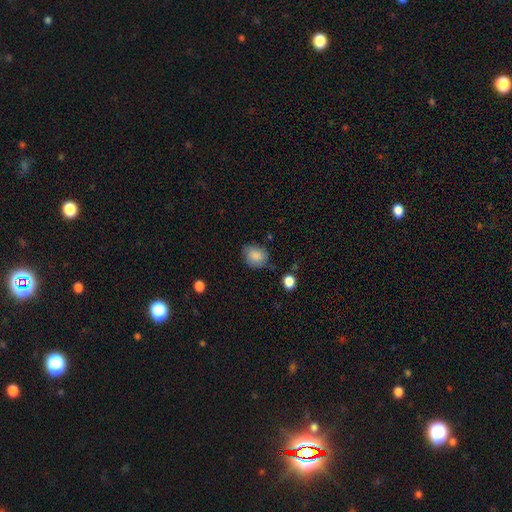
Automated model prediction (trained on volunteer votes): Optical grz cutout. It shows a smooth galaxy with no disk features (84%) that is round (55%). Merging: none (70%).